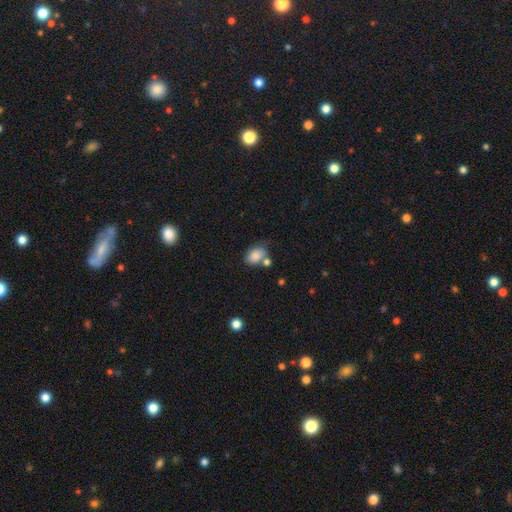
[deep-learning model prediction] This appears to be a smooth galaxy with no disk features (84%) that is in between round and cigar-shaped (78%). Merging: none (50%).